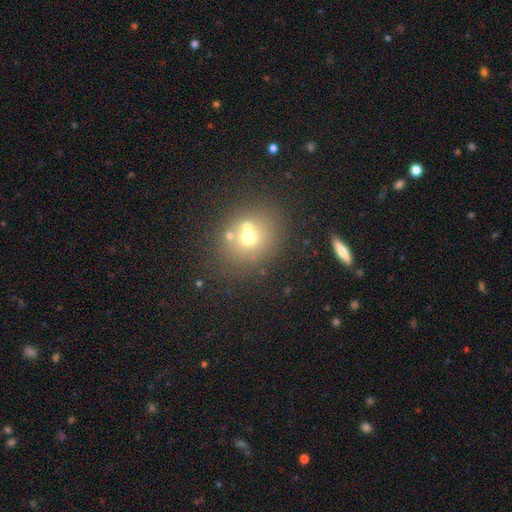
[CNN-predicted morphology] smooth_or_featured: smooth (p=0.57) [alt: star or artifact p=0.25]
how_rounded: round (p=0.74) [alt: in between p=0.24]
merging: none (p=0.57) [alt: merger p=0.30]